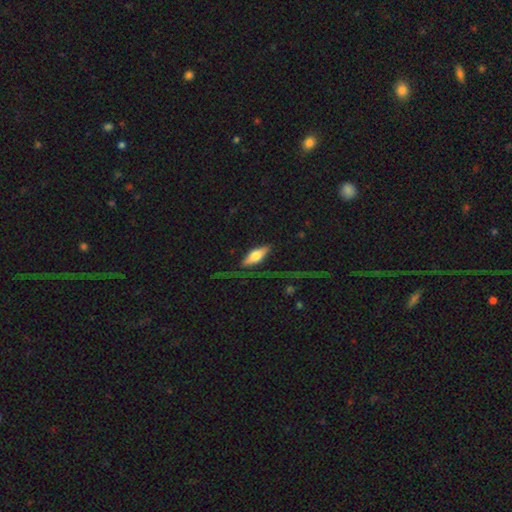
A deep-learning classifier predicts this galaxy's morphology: type=smooth (53%); roundness=in between (68%); merging=none (54%).